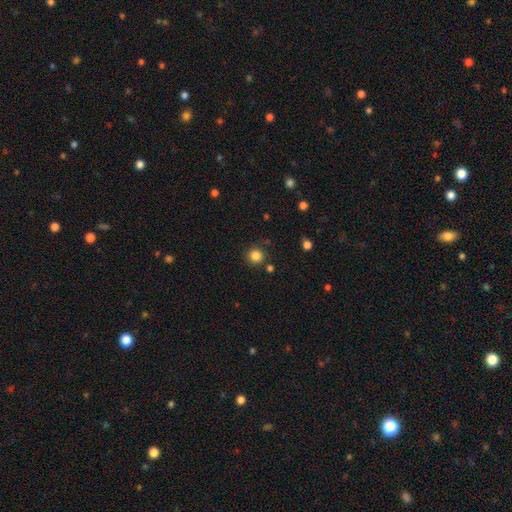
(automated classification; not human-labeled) A smooth galaxy with no disk features (84%) that is round (94%).

Vote fractions:
- Smooth or featured? smooth: 84% / star or artifact: 12% / featured or disk: 4%
- How rounded? round: 94% / in between: 5% / cigar-shaped: 1%
- Merging? none: 87% / minor disturbance: 7% / merger: 4% / major disturbance: 2%